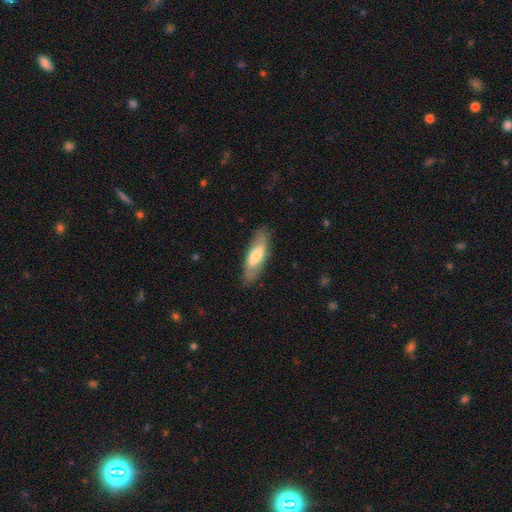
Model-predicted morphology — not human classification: smooth_or_featured: smooth (p=0.62) [alt: featured or disk p=0.32]
how_rounded: in between (p=0.59) [alt: cigar-shaped p=0.39]
merging: none (p=0.81) [alt: minor disturbance p=0.14]